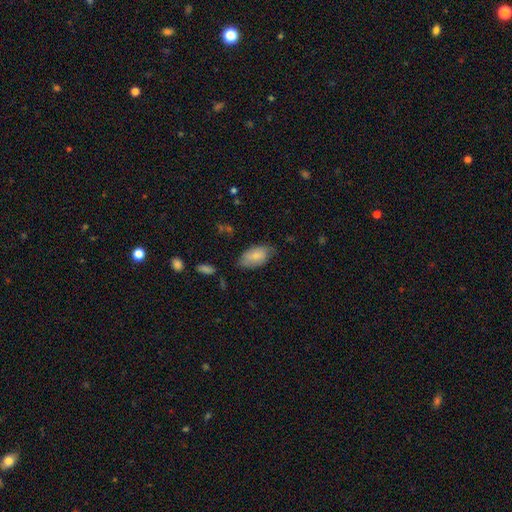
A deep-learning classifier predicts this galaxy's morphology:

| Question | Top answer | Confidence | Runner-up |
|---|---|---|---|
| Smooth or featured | smooth | 82% | featured or disk (12%) |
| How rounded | in between | 94% | round (3%) |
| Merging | none | 68% | minor disturbance (25%) |